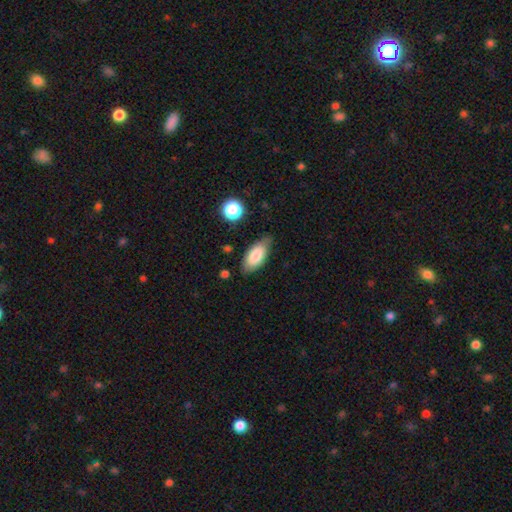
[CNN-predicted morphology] Overall: smooth (82%). How rounded: in between (89%). Merging: none (71%).